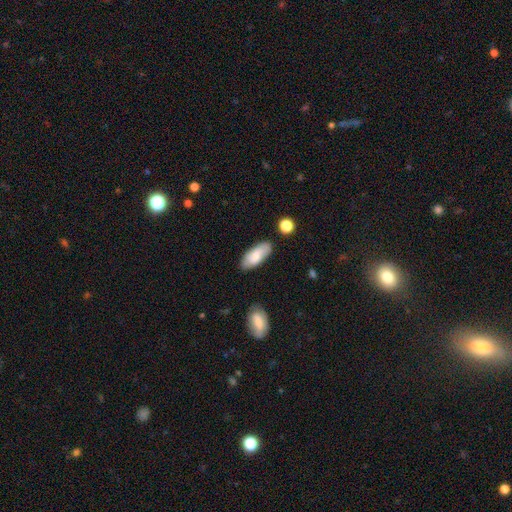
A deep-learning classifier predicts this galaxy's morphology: A smooth galaxy with no disk features (73%) that is in between round and cigar-shaped (83%). Merging: none (79%).